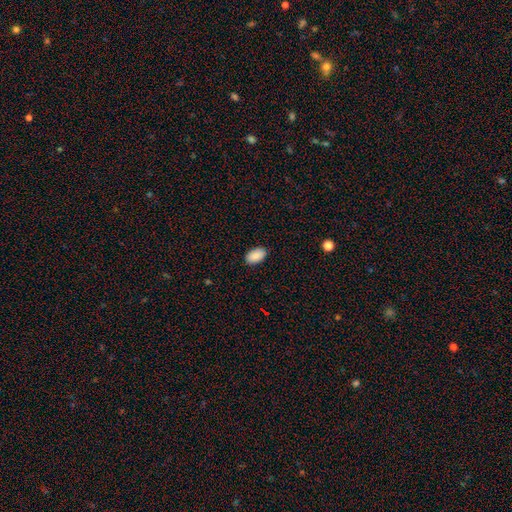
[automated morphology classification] This is clearly a smooth galaxy (90%). How rounded: clearly in between (94%). Merging: clearly none (88%).